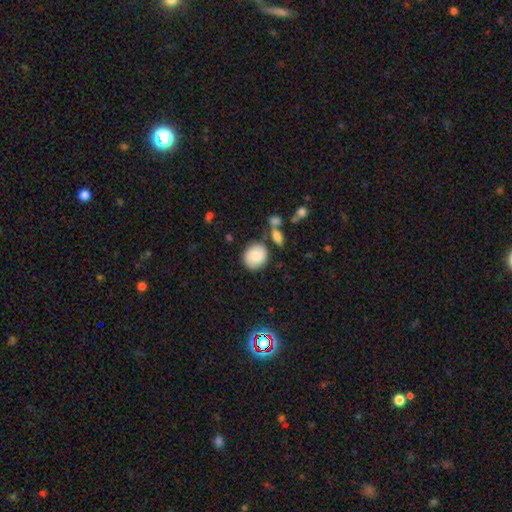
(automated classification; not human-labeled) This is clearly a smooth galaxy (82%). How rounded: clearly round (81%). Merging: likely none (77%).